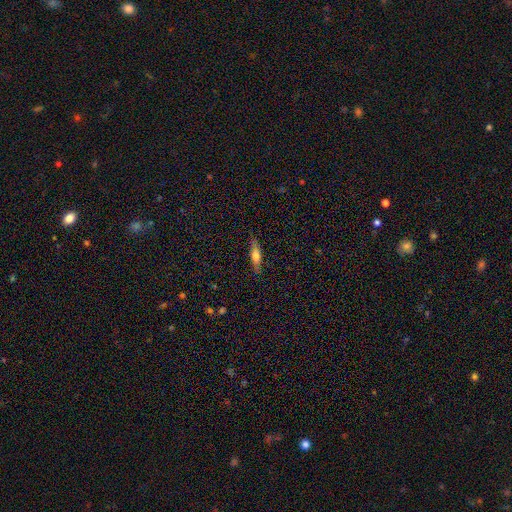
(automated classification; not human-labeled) Morphology: type=smooth (59%); roundness=cigar-shaped (67%); merging=none (84%).